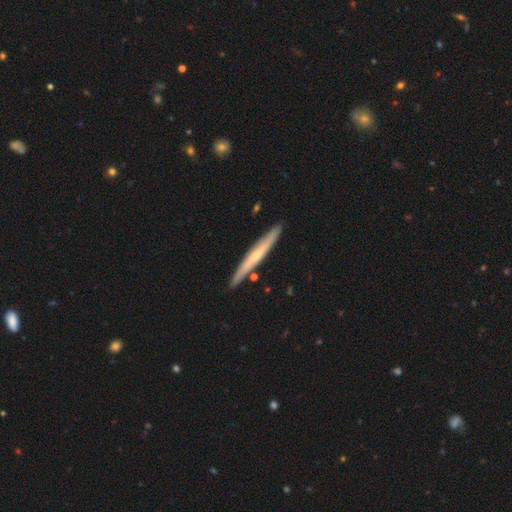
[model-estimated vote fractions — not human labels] Smooth or featured? Predicted: featured or disk (p=0.55). Edge-on disk? Predicted: yes (p=0.95). Edge-on bulge? Predicted: none (p=0.50). Merging? Predicted: none (p=0.88).